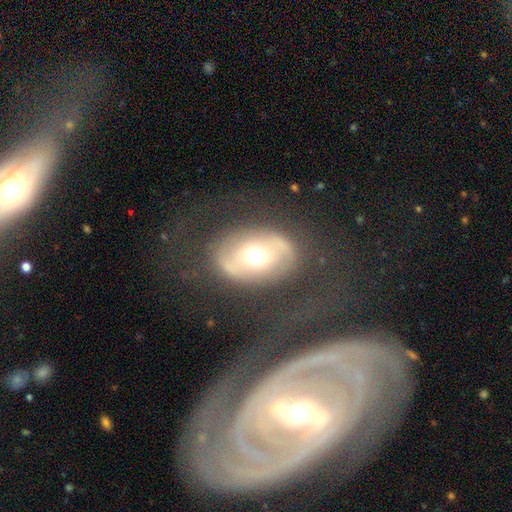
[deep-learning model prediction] Smooth or featured? Predicted: featured or disk (p=0.60). Edge-on disk? Predicted: no (p=0.93). Bar? Predicted: no (p=0.52). Spiral arms? Predicted: no (p=0.51). Bulge size? Predicted: moderate (p=0.69). Merging? Predicted: none (p=0.68).